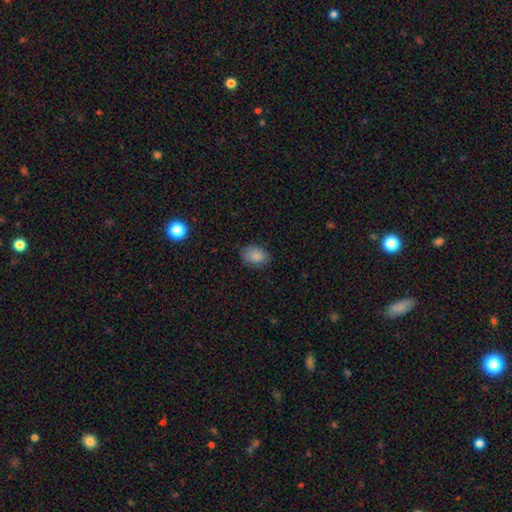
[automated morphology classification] Q: Smooth or featured?
A: smooth (87%); runner-up: star or artifact (8%)
Q: How rounded?
A: in between (79%); runner-up: round (20%)
Q: Merging?
A: none (83%); runner-up: minor disturbance (13%)